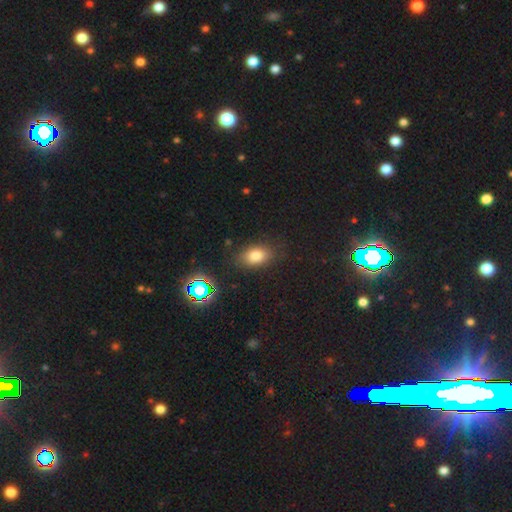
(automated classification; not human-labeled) Overall: smooth (76%). How rounded: in between (84%). Merging: none (82%).